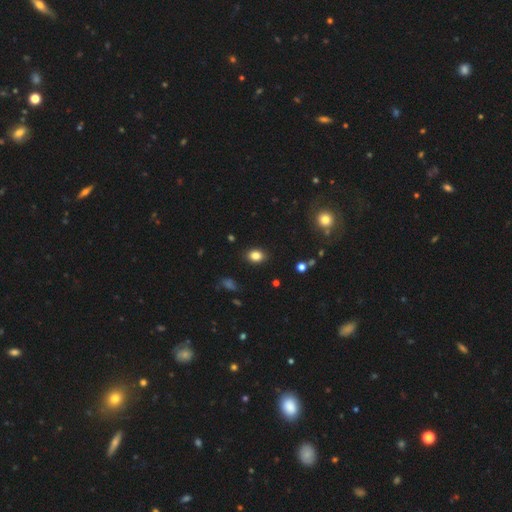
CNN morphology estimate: type=smooth (84%); roundness=in between (64%); merging=none (87%).